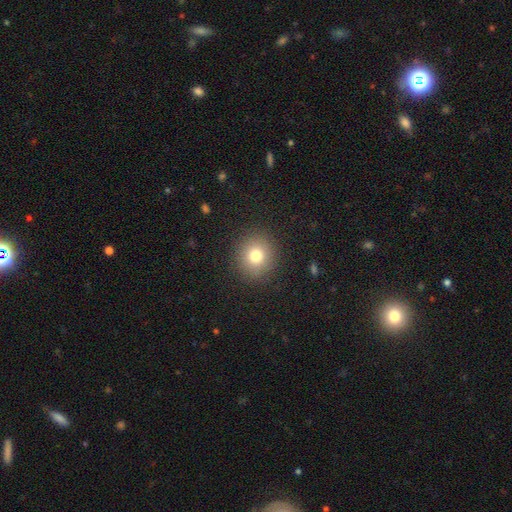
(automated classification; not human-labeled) Smooth or featured? smooth (78%)
How rounded? round (86%)
Merging? none (90%)